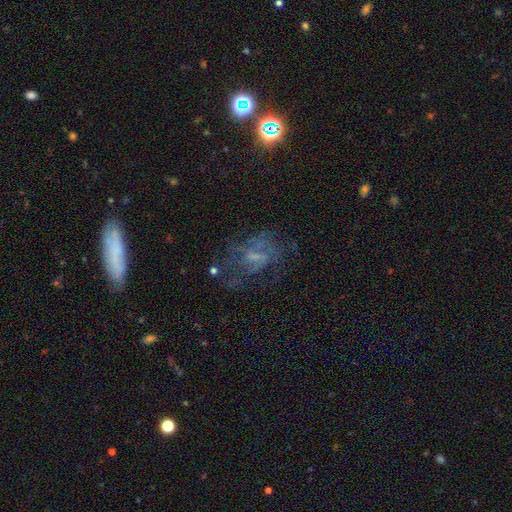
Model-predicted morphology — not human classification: A featured or disk galaxy (56%) with no bar (46%), spiral arms (56%) and a small central bulge (36%). Merging: none (50%).